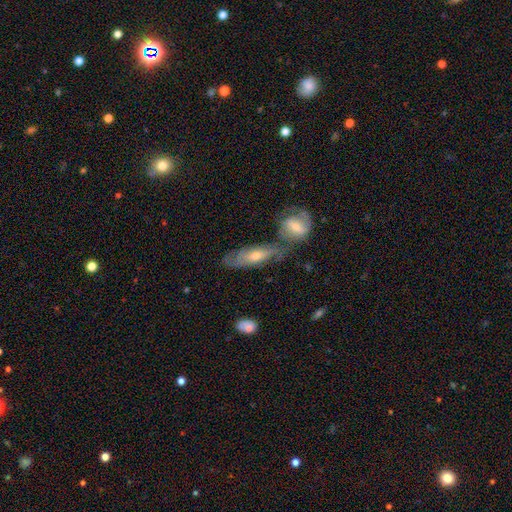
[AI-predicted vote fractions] A featured or disk galaxy (51%).

Vote fractions:
- Smooth or featured? featured or disk: 51% / smooth: 42% / star or artifact: 7%
- Edge-on disk? no: 70% / yes: 30%
- Merging? none: 46% / merger: 27% / minor disturbance: 19% / major disturbance: 8%